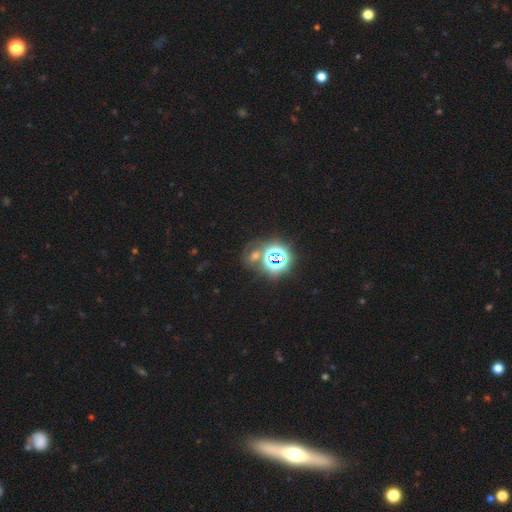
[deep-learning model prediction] Smooth or featured? Predicted: star or artifact (p=0.57).